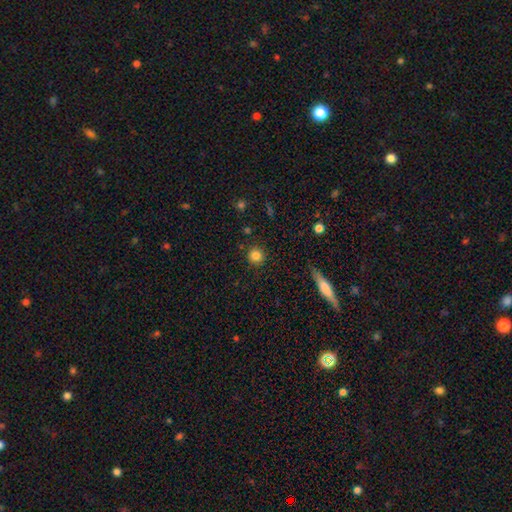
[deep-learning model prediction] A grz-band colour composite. It shows a smooth galaxy with no disk features (83%) that is round (93%). Merging: none (90%).